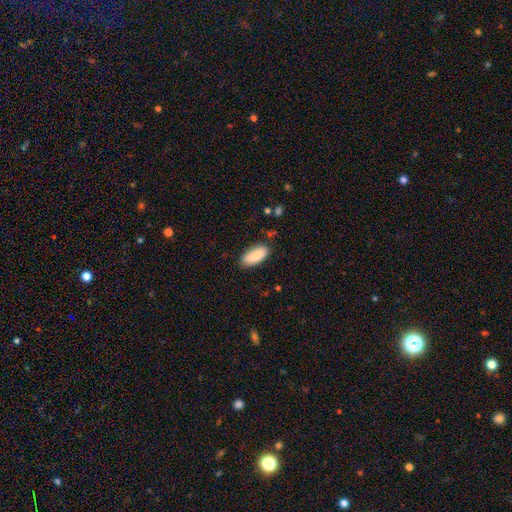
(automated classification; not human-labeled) Q: Smooth or featured?
A: smooth (87%); runner-up: featured or disk (7%)
Q: How rounded?
A: in between (82%); runner-up: cigar-shaped (16%)
Q: Merging?
A: none (80%); runner-up: minor disturbance (15%)